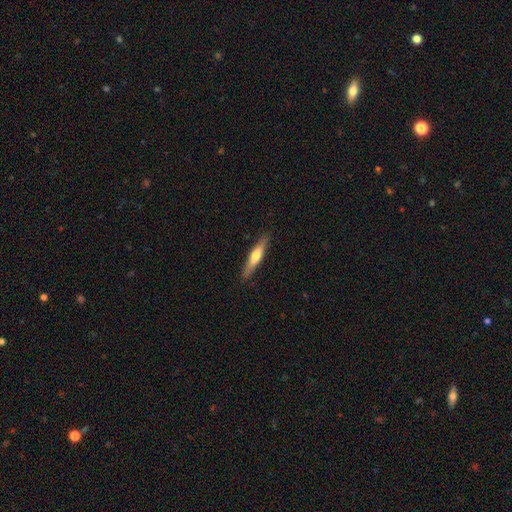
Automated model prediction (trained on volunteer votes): smooth-or-featured: smooth: 49% | featured or disk: 45% | star or artifact: 5%
  merging: none: 88% | minor disturbance: 9% | major disturbance: 2% | merger: 1%